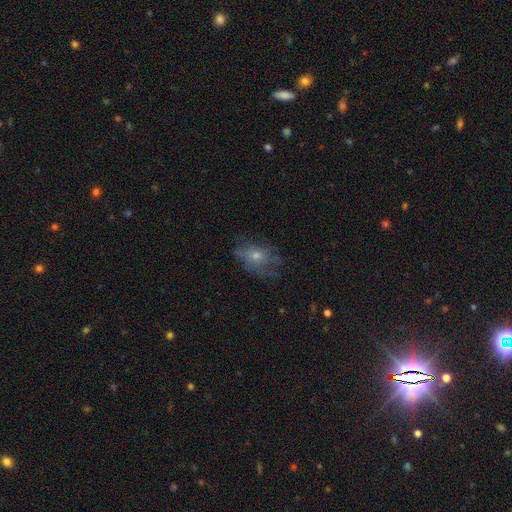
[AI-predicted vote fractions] The model was most divided on "smooth or featured": smooth: 44%, featured or disk: 40%, star or artifact: 16%. More confident: merging — none (58%).